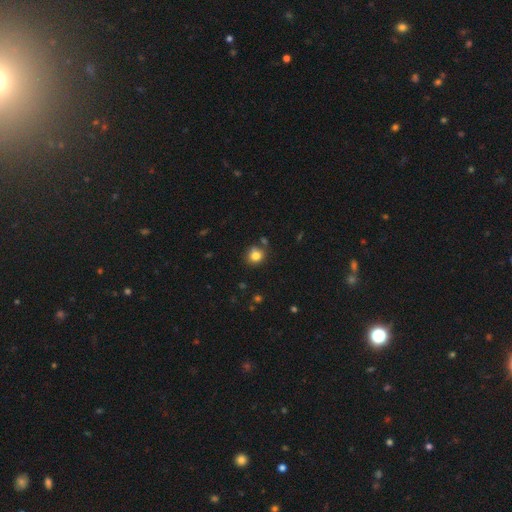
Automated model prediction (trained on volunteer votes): smooth-or-featured: smooth: 81% | star or artifact: 12% | featured or disk: 7%
  how-rounded: round: 82% | in between: 17% | cigar-shaped: 1%
  merging: none: 74% | minor disturbance: 14% | merger: 9% | major disturbance: 4%